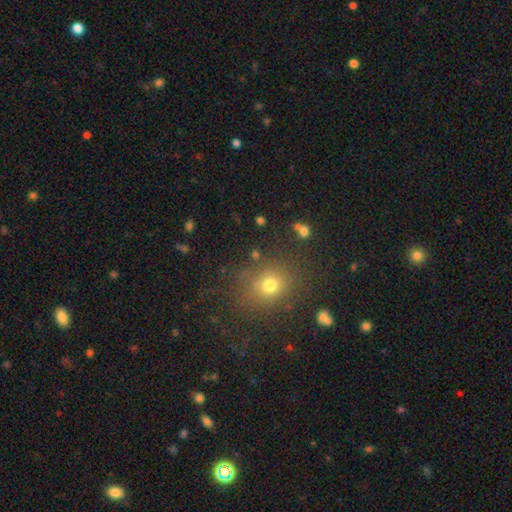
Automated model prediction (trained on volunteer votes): Smooth or featured?
  - smooth: 67% *
  - star or artifact: 24%
  - featured or disk: 9%
How rounded?
  - round: 67% *
  - in between: 31%
  - cigar-shaped: 1%
Merging?
  - none: 82% *
  - minor disturbance: 10%
  - major disturbance: 4%
  - merger: 3%